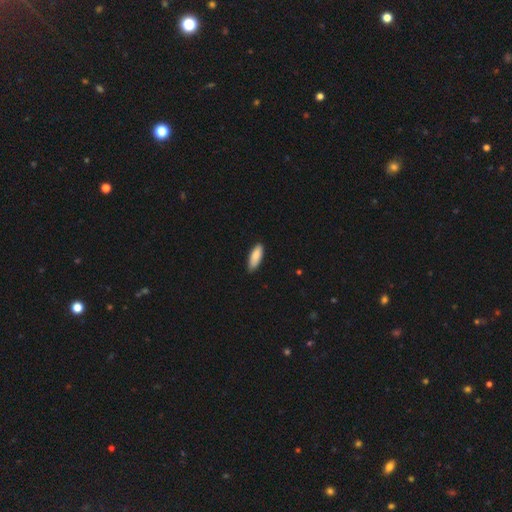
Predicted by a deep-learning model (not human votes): A smooth galaxy with no disk features (87%) that is in between round and cigar-shaped (67%). Merging: none (84%).